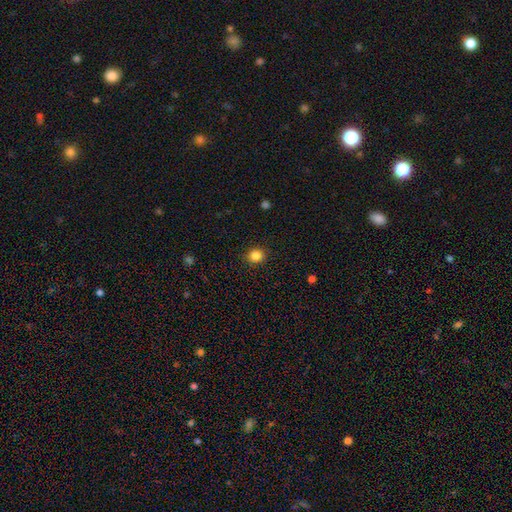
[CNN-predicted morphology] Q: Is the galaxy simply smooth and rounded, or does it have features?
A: smooth — 86%.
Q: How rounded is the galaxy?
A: round — 82%.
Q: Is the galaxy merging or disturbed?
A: none — 90%.